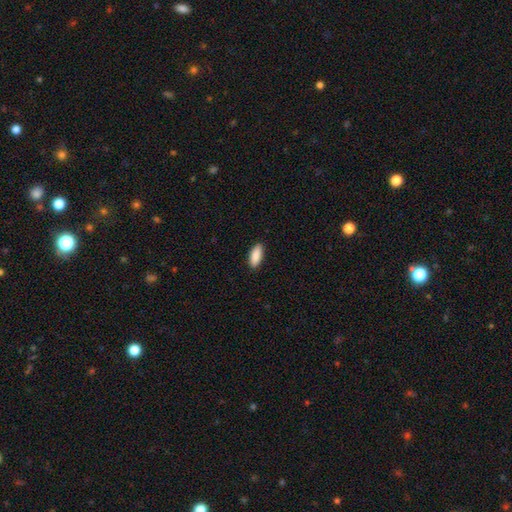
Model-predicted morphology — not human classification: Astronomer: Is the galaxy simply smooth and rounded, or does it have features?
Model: smooth — 90%.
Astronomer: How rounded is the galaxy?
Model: in between — 82%.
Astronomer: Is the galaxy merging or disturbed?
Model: none — 89%.